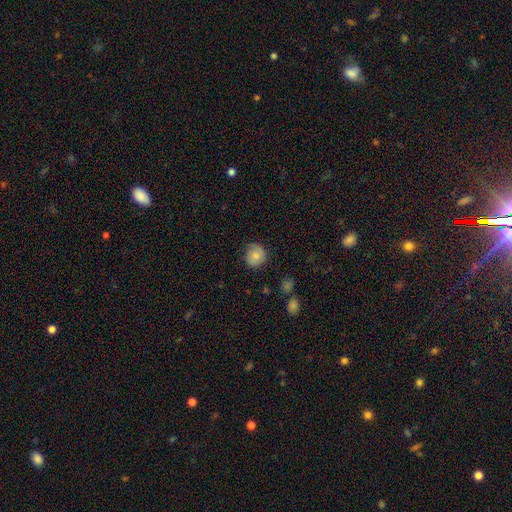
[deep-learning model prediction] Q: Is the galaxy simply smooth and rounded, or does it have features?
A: smooth — 76%.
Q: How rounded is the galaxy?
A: round — 82%.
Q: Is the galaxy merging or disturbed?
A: none — 72%.